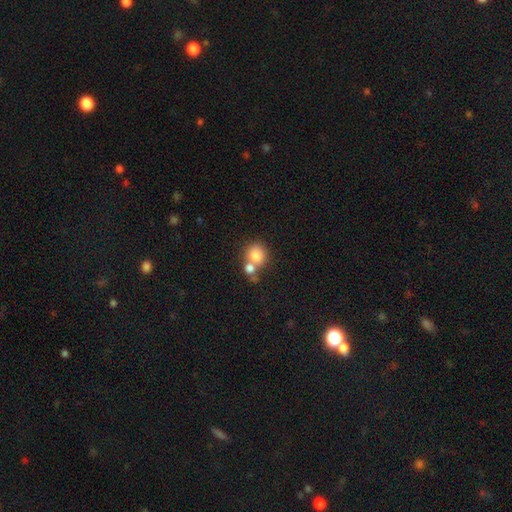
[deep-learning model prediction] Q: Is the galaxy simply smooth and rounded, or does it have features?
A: smooth — 80%.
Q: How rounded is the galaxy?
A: round — 80%.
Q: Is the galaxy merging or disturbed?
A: merger — 45%.